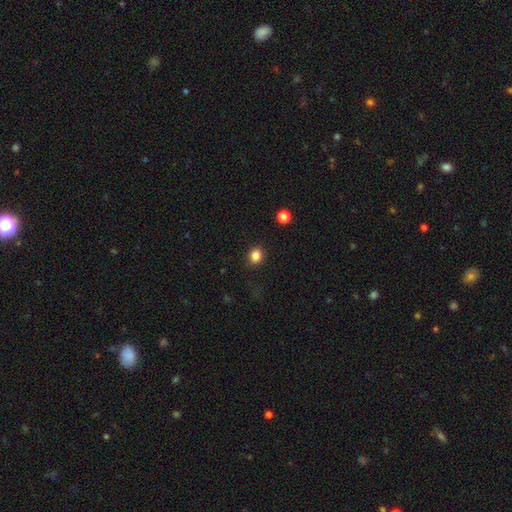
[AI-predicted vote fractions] Smooth or featured? Predicted: smooth (p=0.85). How rounded? Predicted: round (p=0.68). Merging? Predicted: none (p=0.88).